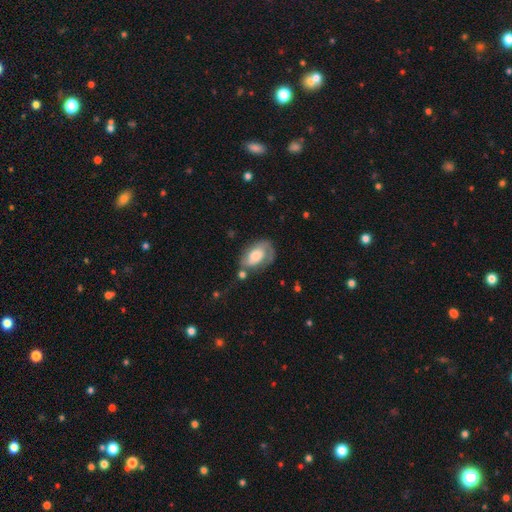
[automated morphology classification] Smooth or featured?
  - featured or disk: 51% *
  - smooth: 42%
  - star or artifact: 7%
Edge-on disk?
  - no: 95% *
  - yes: 5%
Merging?
  - none: 44% *
  - minor disturbance: 25%
  - major disturbance: 23%
  - merger: 8%